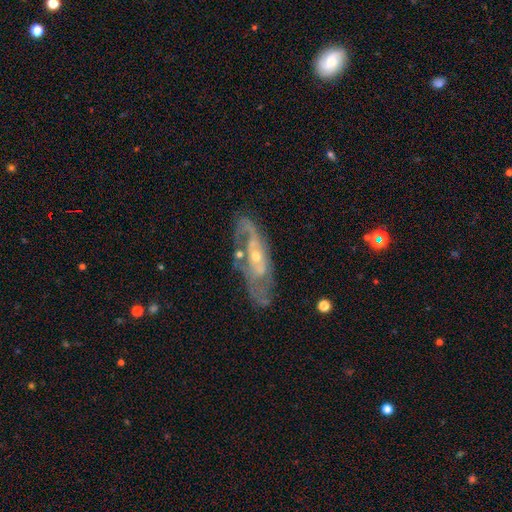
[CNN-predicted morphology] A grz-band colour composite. It shows a featured or disk galaxy (80%) with no bar (62%), 2 (49%) medium (42%) spiral arms (82%) and a small central bulge (63%). Merging: none (59%).